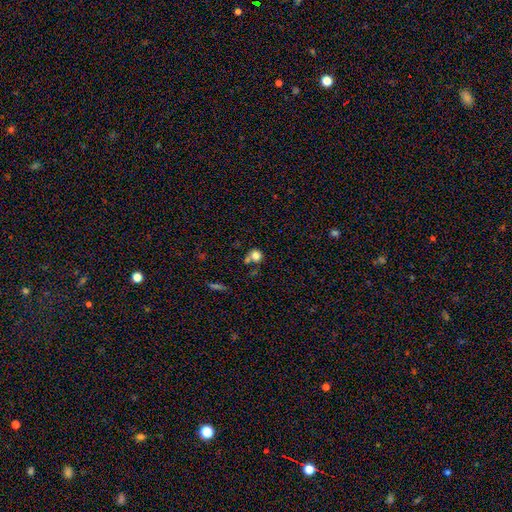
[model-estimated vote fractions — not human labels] The model was most divided on "merging": none: 50%, merger: 27%, minor disturbance: 15%, major disturbance: 8%. More confident: how rounded — round (83%); smooth or featured — smooth (79%).